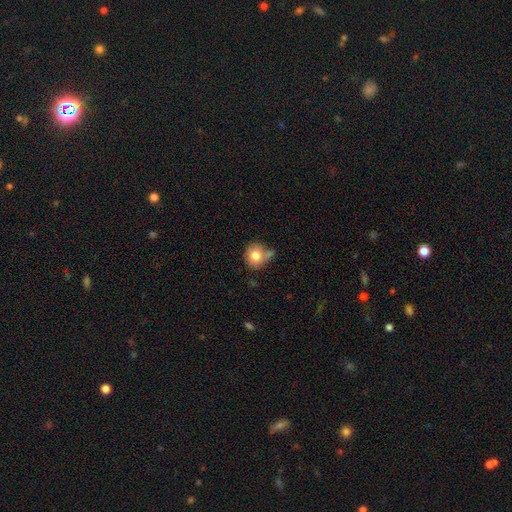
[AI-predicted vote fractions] The model was most divided on "merging": none: 54%, minor disturbance: 20%, merger: 20%, major disturbance: 6%. More confident: how rounded — round (82%); smooth or featured — smooth (80%).